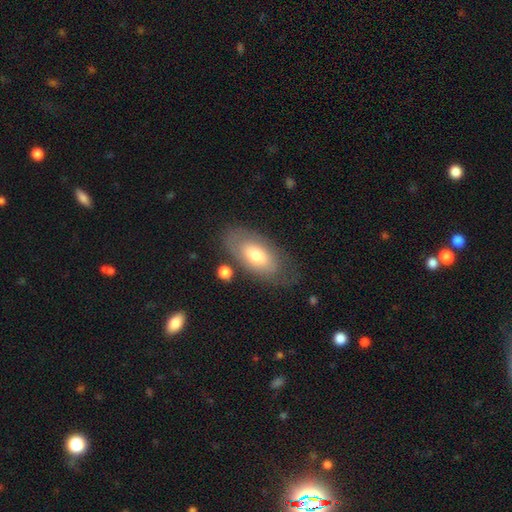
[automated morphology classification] Smooth or featured? Predicted: smooth (p=0.58). How rounded? Predicted: in between (p=0.91). Merging? Predicted: none (p=0.67).